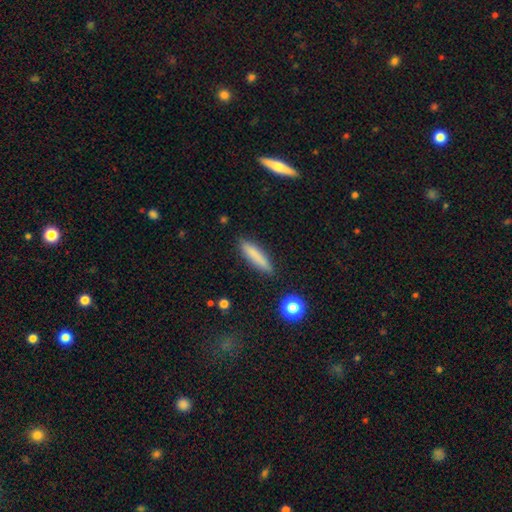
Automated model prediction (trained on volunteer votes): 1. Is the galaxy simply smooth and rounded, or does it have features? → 80% smooth, 13% featured or disk, 7% star or artifact.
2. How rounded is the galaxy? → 82% cigar-shaped, 17% in between, 2% round.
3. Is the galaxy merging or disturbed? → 87% none, 9% minor disturbance, 2% major disturbance, 2% merger.